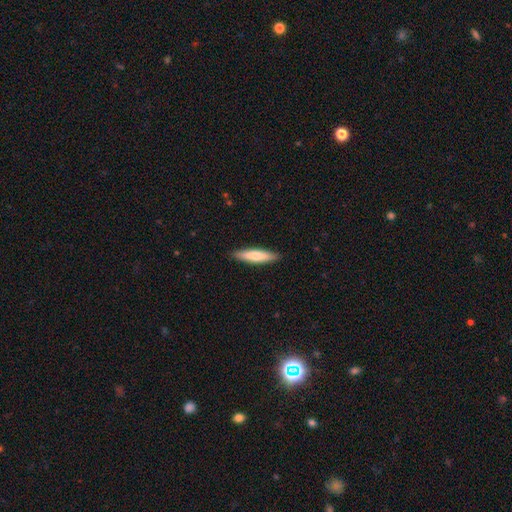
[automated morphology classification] A smooth galaxy with no disk features (72%) that is cigar-shaped (80%).

Vote fractions:
- Smooth or featured? smooth: 72% / featured or disk: 23% / star or artifact: 5%
- How rounded? cigar-shaped: 80% / in between: 19% / round: 1%
- Merging? none: 90% / minor disturbance: 7% / major disturbance: 1% / merger: 1%